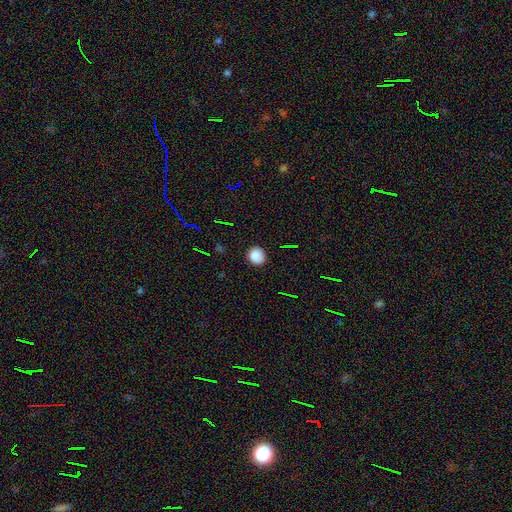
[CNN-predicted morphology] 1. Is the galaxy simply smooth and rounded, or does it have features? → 83% smooth, 12% star or artifact, 4% featured or disk.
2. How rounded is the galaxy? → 91% round, 8% in between, 1% cigar-shaped.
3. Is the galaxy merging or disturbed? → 89% none, 8% minor disturbance, 2% major disturbance, 1% merger.